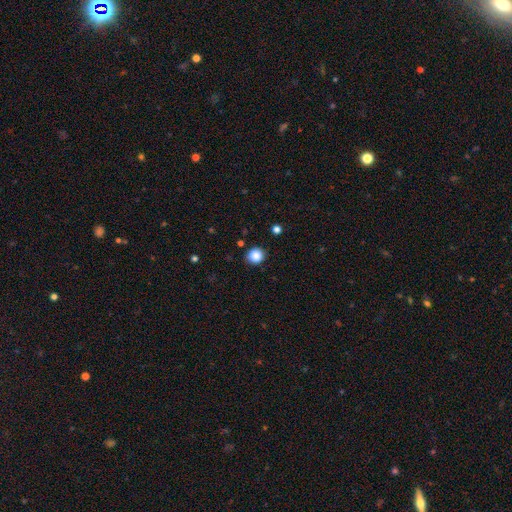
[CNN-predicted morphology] Smooth or featured: smooth — 86% (star or artifact — 10%)
How rounded: round — 89% (in between — 10%)
Merging: none — 88% (minor disturbance — 9%)